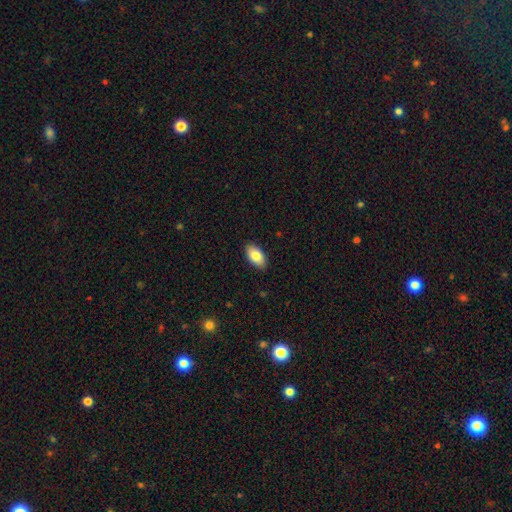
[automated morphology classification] Overall: smooth (83%). How rounded: in between (94%). Merging: none (89%).